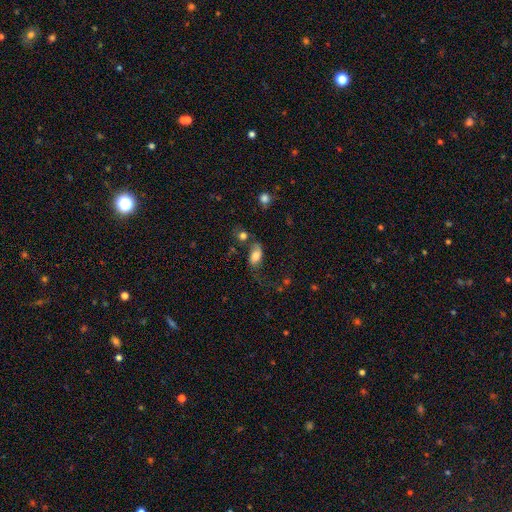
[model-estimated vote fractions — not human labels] Smooth or featured: smooth — 66% (featured or disk — 23%)
How rounded: in between — 88% (round — 8%)
Merging: none — 37% (major disturbance — 25%)